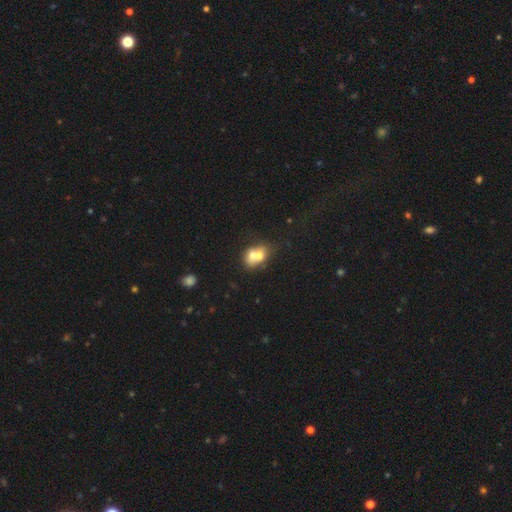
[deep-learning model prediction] Overall: smooth (63%; featured or disk 27%). How rounded: round (50%; in between 48%). Merging: merger (69%).